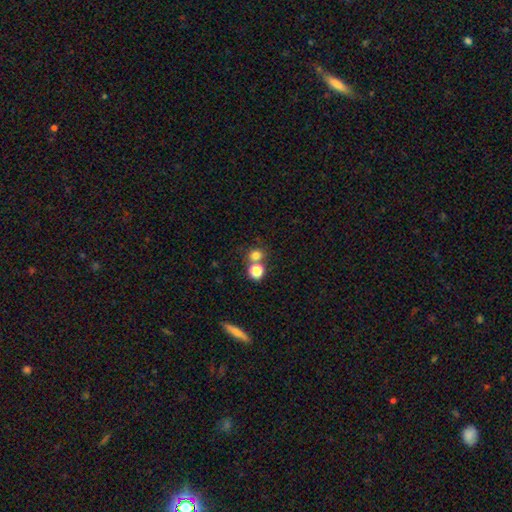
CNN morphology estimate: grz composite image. It shows a smooth galaxy with no disk features (76%) that is round (79%). Merging: none (55%).